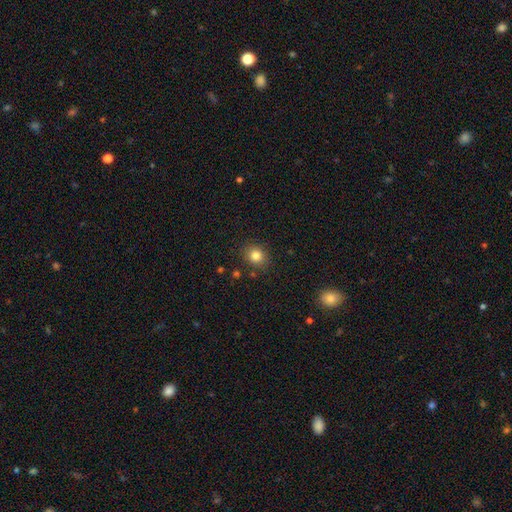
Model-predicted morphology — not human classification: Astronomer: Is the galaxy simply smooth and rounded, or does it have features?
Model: smooth — 83%.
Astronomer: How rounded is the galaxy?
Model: round — 70%.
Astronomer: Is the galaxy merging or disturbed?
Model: none — 85%.